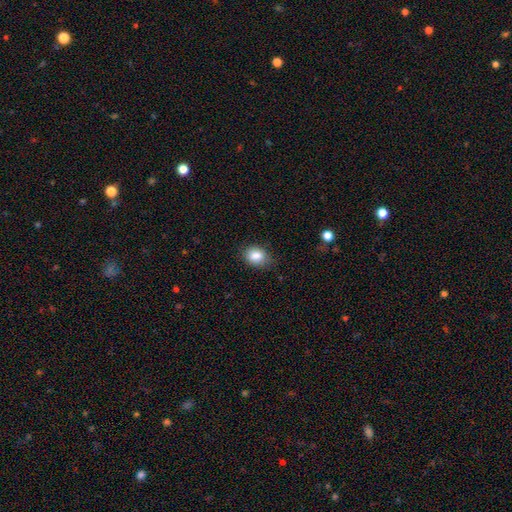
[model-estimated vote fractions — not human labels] Overall: smooth (86%). How rounded: in between (63%; round 36%). Merging: none (80%).